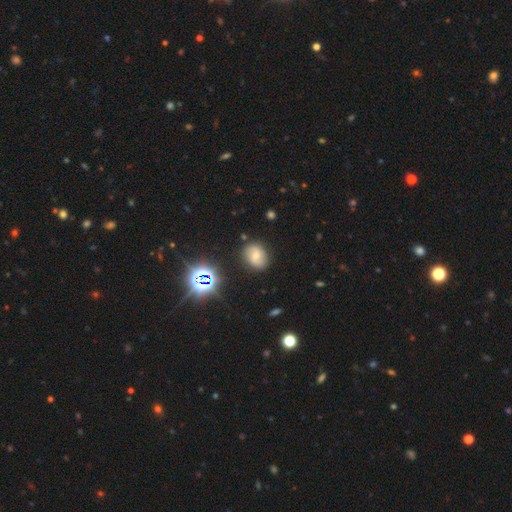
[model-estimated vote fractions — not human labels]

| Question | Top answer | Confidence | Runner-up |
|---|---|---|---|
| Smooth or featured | smooth | 49% | featured or disk (34%) |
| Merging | none | 81% | minor disturbance (13%) |